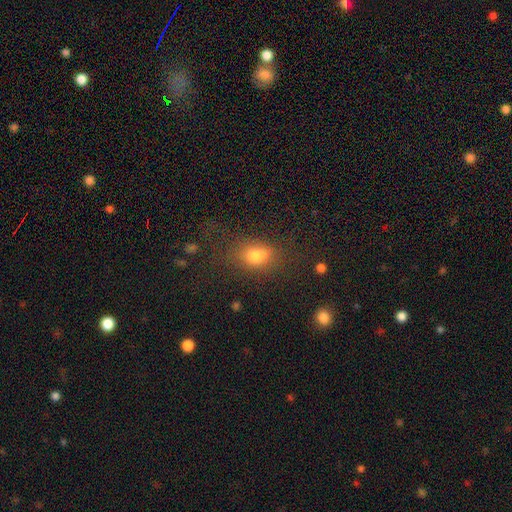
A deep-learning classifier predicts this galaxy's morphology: smooth_or_featured: smooth (p=0.75) [alt: star or artifact p=0.14]
how_rounded: in between (p=0.70) [alt: round p=0.26]
merging: none (p=0.64) [alt: minor disturbance p=0.19]